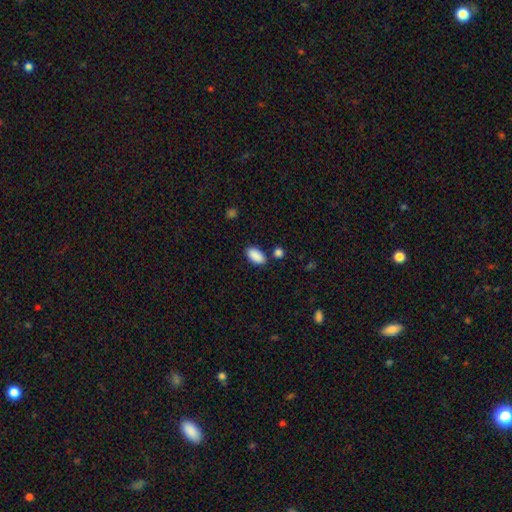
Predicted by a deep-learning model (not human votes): Morphology: type=smooth (90%); roundness=in between (93%); merging=none (80%).